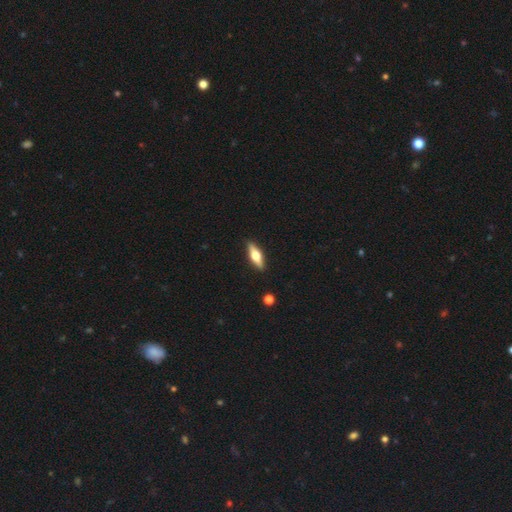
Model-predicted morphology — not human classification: Q: Smooth or featured?
A: featured or disk (51%); runner-up: smooth (43%)
Q: Edge-on disk?
A: yes (92%); runner-up: no (8%)
Q: Merging?
A: none (90%); runner-up: minor disturbance (7%)